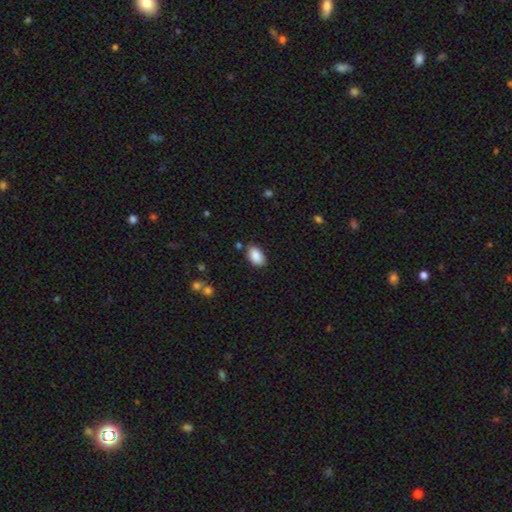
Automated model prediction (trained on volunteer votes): This is clearly a smooth galaxy (89%). How rounded: clearly in between (93%). Merging: clearly none (81%).